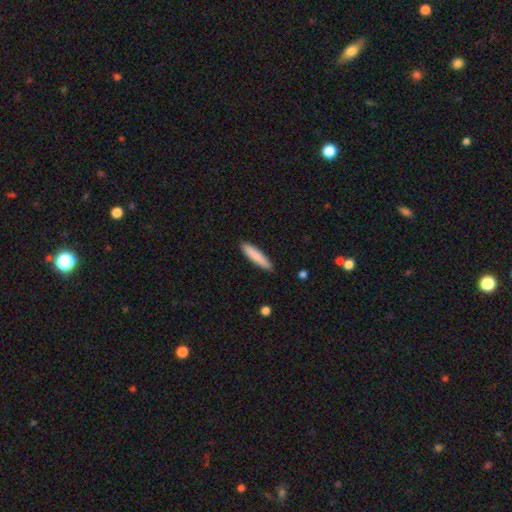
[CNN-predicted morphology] Smooth or featured?
  - smooth: 84% *
  - featured or disk: 10%
  - star or artifact: 6%
How rounded?
  - cigar-shaped: 84% *
  - in between: 15%
  - round: 1%
Merging?
  - none: 88% *
  - minor disturbance: 9%
  - major disturbance: 2%
  - merger: 1%